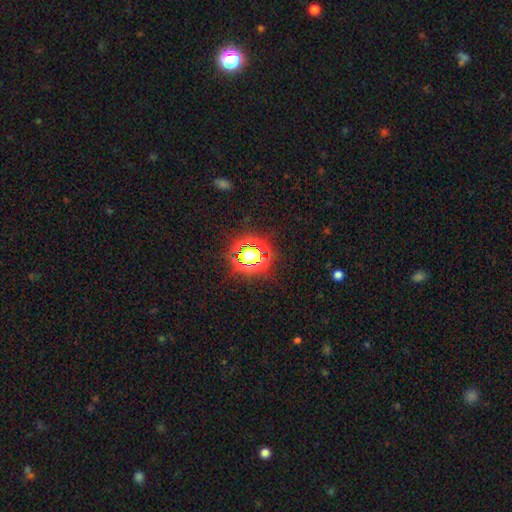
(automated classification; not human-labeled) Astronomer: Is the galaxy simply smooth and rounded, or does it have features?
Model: star or artifact — 61%.